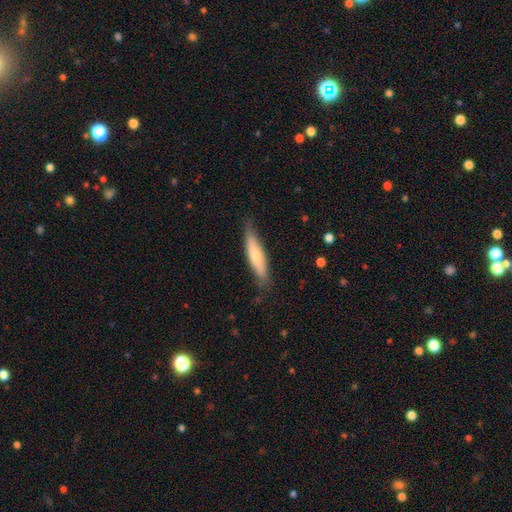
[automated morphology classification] smooth-or-featured: smooth: 62% | featured or disk: 32% | star or artifact: 5%
  how-rounded: cigar-shaped: 77% | in between: 21% | round: 2%
  merging: none: 78% | minor disturbance: 18% | major disturbance: 3% | merger: 1%